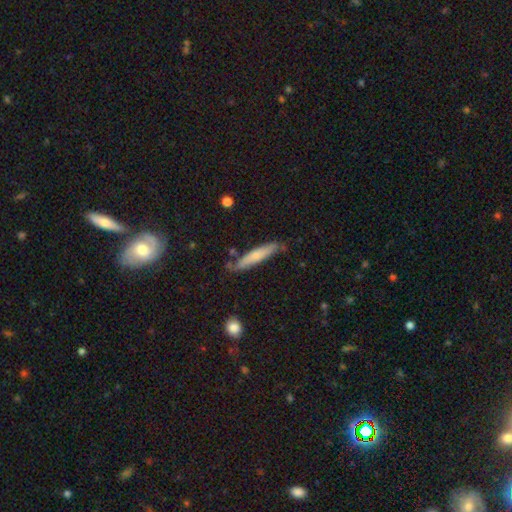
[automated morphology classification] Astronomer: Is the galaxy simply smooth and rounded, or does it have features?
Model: smooth — 66%.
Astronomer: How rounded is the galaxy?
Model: cigar-shaped — 90%.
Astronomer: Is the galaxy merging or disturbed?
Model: none — 76%.